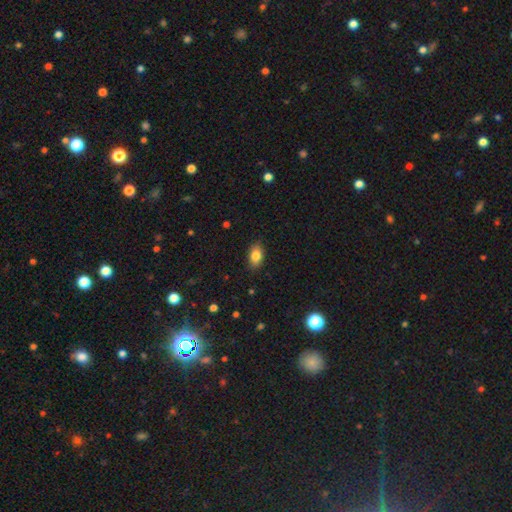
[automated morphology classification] A smooth galaxy with no disk features (83%) that is in between round and cigar-shaped (88%). Merging: none (87%).